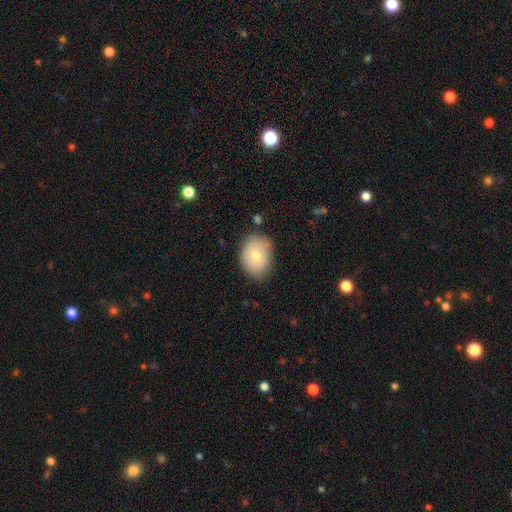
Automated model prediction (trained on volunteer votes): Q: Smooth or featured?
A: smooth (72%); runner-up: featured or disk (21%)
Q: How rounded?
A: in between (63%); runner-up: round (36%)
Q: Merging?
A: none (75%); runner-up: minor disturbance (19%)